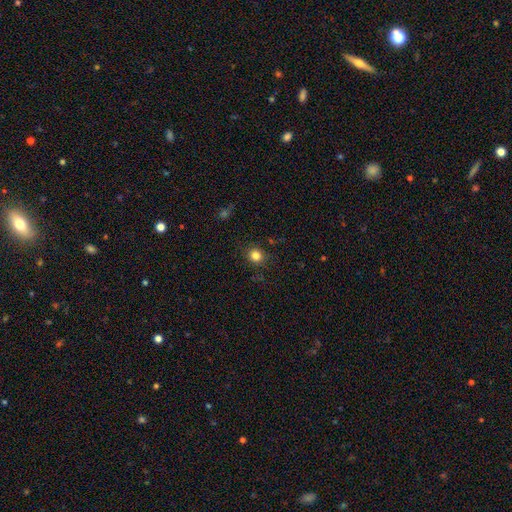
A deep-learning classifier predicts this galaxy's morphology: type=smooth (83%); roundness=round (84%); merging=none (87%).